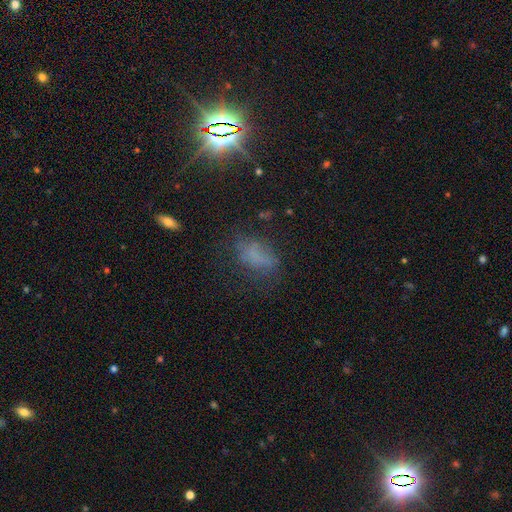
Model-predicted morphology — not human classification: This is possibly a smooth galaxy (52%). How rounded: clearly in between (82%). Merging: possibly none (52%).